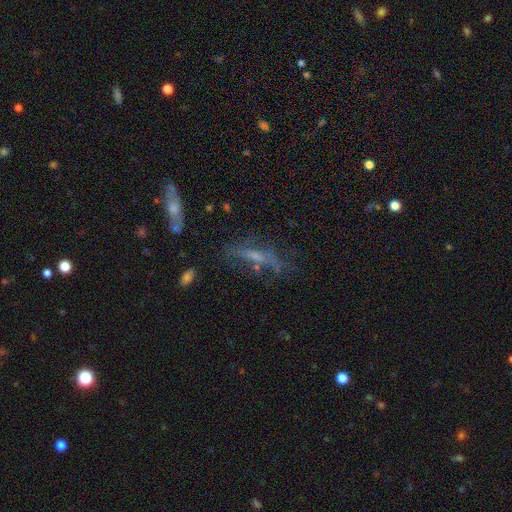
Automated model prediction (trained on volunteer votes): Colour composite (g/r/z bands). It shows a featured or disk galaxy (47%). Merging: none (51%).